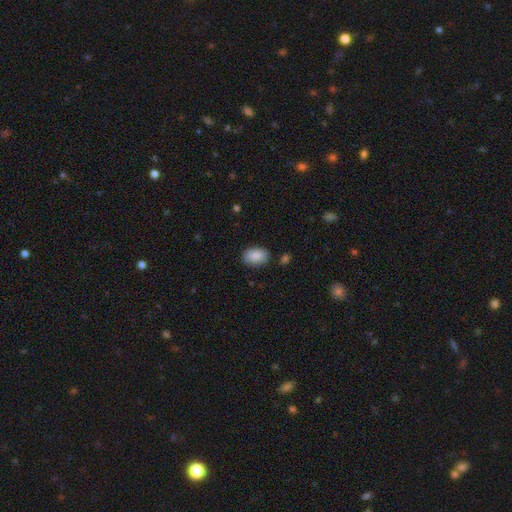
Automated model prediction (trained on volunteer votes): Q: Smooth or featured?
A: smooth (88%); runner-up: star or artifact (7%)
Q: How rounded?
A: in between (86%); runner-up: round (12%)
Q: Merging?
A: none (81%); runner-up: minor disturbance (14%)